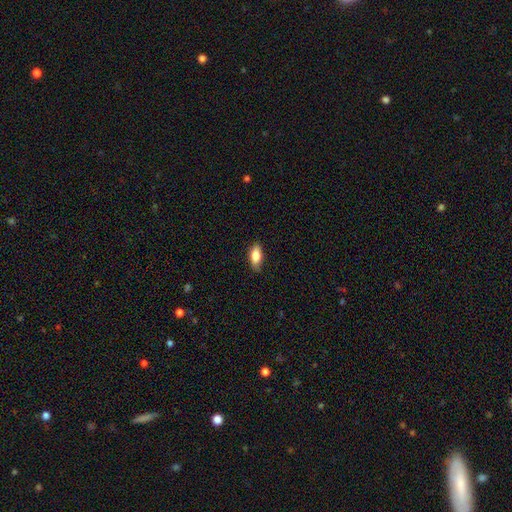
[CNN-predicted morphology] smooth 80%, featured or disk 14%, star or artifact 7%. Down the decision tree: how rounded — in between (83%); merging — none (81%).